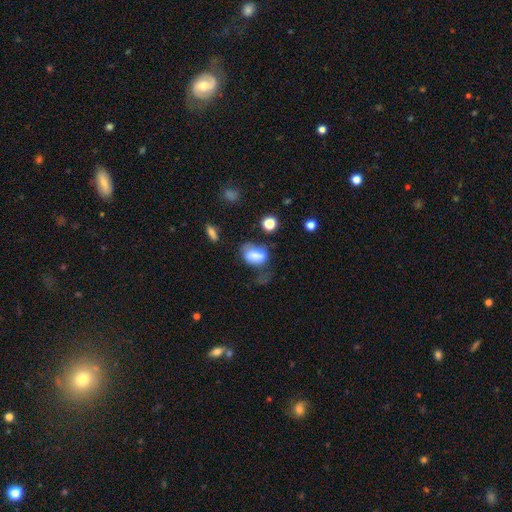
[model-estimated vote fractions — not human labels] The model was most divided on "merging": major disturbance: 31%, none: 29%, minor disturbance: 25%, merger: 15%. More confident: how rounded — in between (80%); smooth or featured — smooth (65%).